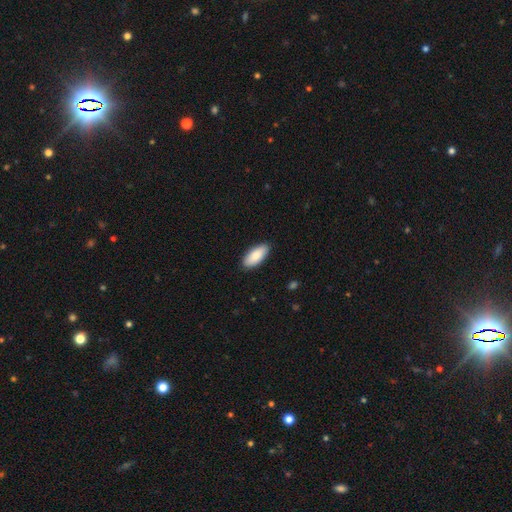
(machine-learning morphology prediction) smooth 86%, featured or disk 8%, star or artifact 5%. Down the decision tree: how rounded — in between (88%); merging — none (88%).